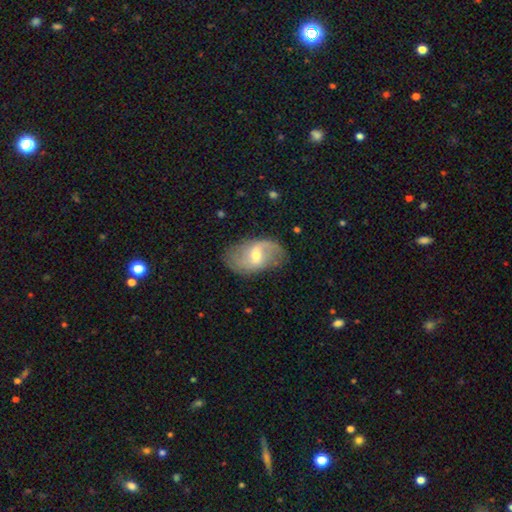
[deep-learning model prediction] Morphology: type=featured or disk (73%); edge-on=no (95%); bar=weak (56%); spiral arms=yes (87%); winding=loose (58%); arm count=2 (79%); bulge=moderate (53%); merging=none (74%).